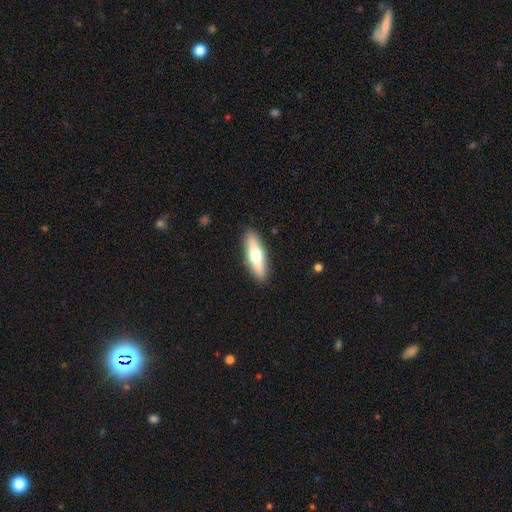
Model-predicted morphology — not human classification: Smooth or featured? smooth (55%)
How rounded? cigar-shaped (55%)
Merging? none (90%)